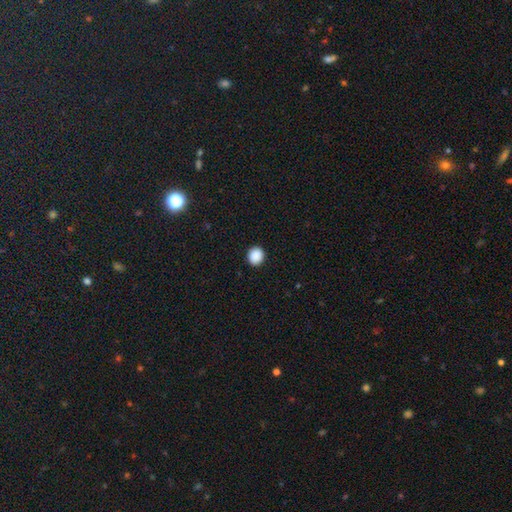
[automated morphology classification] smooth_or_featured: smooth (p=0.89) [alt: star or artifact p=0.09]
how_rounded: round (p=0.79) [alt: in between p=0.20]
merging: none (p=0.92) [alt: minor disturbance p=0.05]